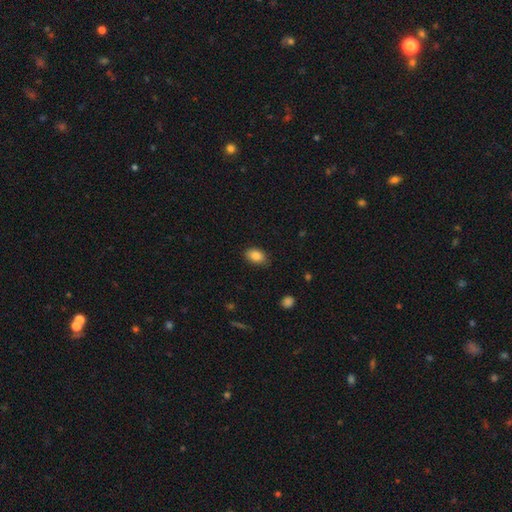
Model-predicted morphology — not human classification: A smooth galaxy with no disk features (86%) that is in between round and cigar-shaped (85%). Merging: none (82%).